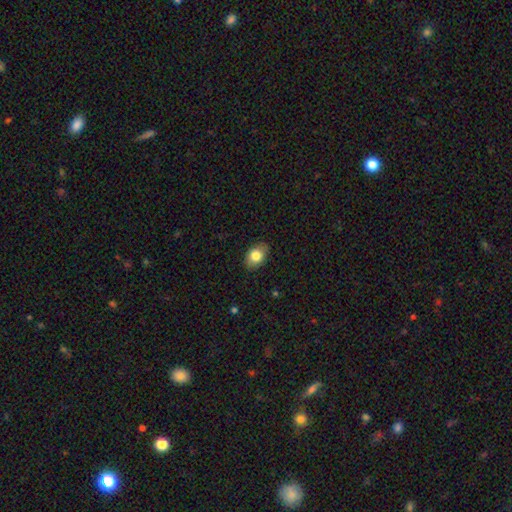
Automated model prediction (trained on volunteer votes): The model was most divided on "how rounded": in between: 80%, round: 19%, cigar-shaped: 1%. More confident: merging — none (85%); smooth or featured — smooth (81%).